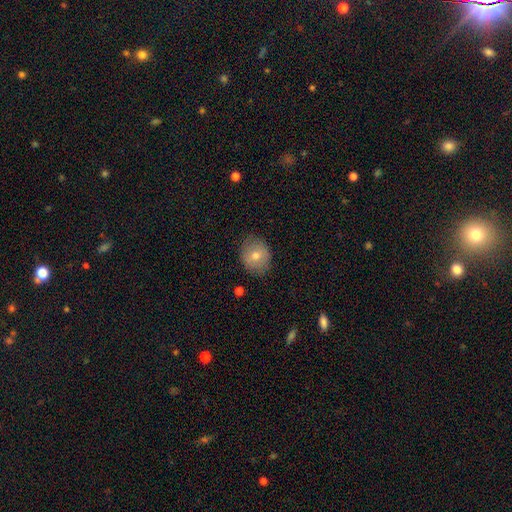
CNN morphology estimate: Smooth or featured?
  - smooth: 69% *
  - featured or disk: 21%
  - star or artifact: 10%
How rounded?
  - round: 60% *
  - in between: 39%
  - cigar-shaped: 1%
Merging?
  - none: 83% *
  - minor disturbance: 13%
  - major disturbance: 3%
  - merger: 1%